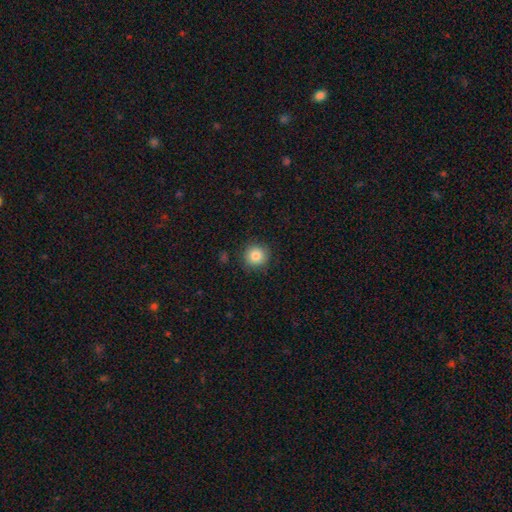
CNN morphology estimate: type=smooth (84%); roundness=round (93%); merging=none (88%).